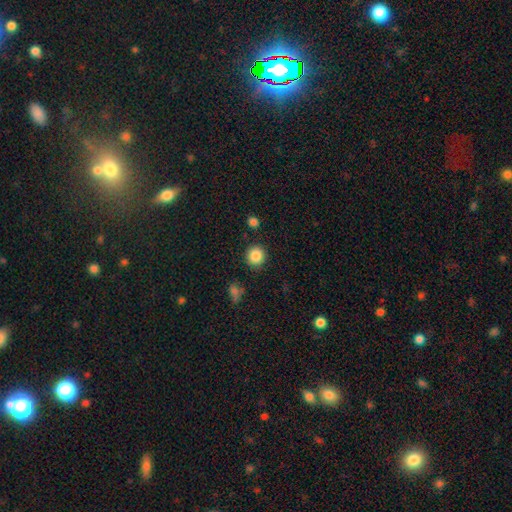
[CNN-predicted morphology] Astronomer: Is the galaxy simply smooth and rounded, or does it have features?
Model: smooth — 87%.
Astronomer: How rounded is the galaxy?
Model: round — 90%.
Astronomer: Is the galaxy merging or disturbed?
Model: none — 87%.